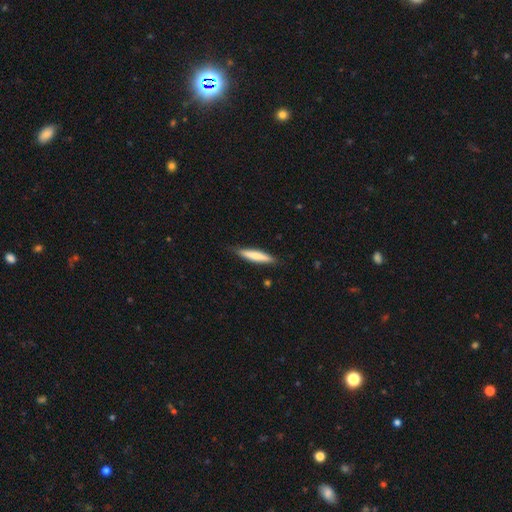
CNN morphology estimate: A smooth galaxy with no disk features (73%) that is cigar-shaped (88%). Merging: none (83%).